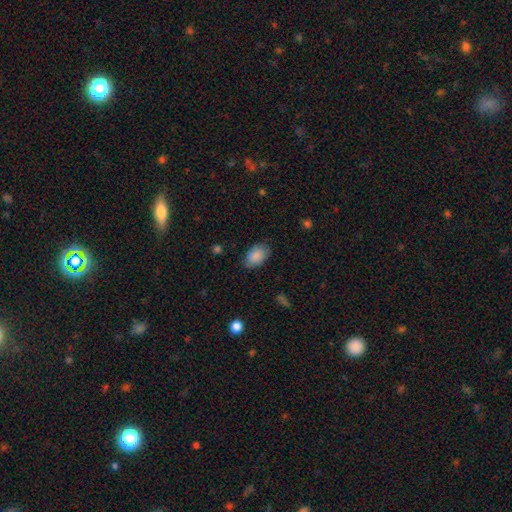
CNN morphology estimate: type=smooth (88%); roundness=in between (90%); merging=none (80%).